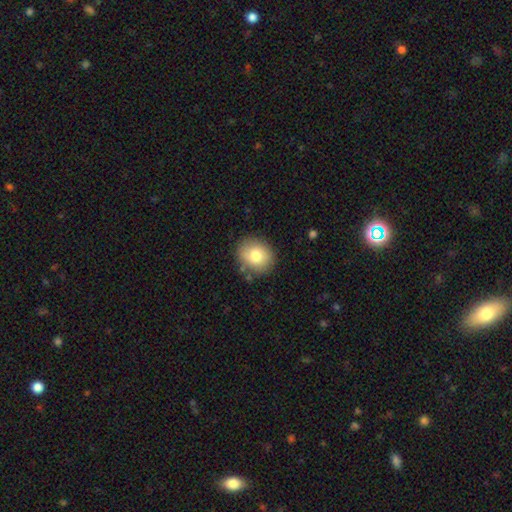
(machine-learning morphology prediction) A smooth galaxy with no disk features (78%) that is round (66%).

Vote fractions:
- Smooth or featured? smooth: 78% / featured or disk: 13% / star or artifact: 9%
- How rounded? round: 66% / in between: 34% / cigar-shaped: 1%
- Merging? none: 84% / minor disturbance: 11% / major disturbance: 3% / merger: 2%